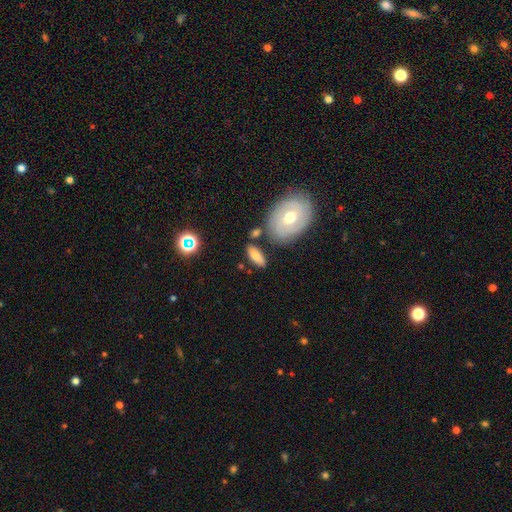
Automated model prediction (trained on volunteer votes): Overall: smooth (71%). How rounded: in between (78%). Merging: none (75%).